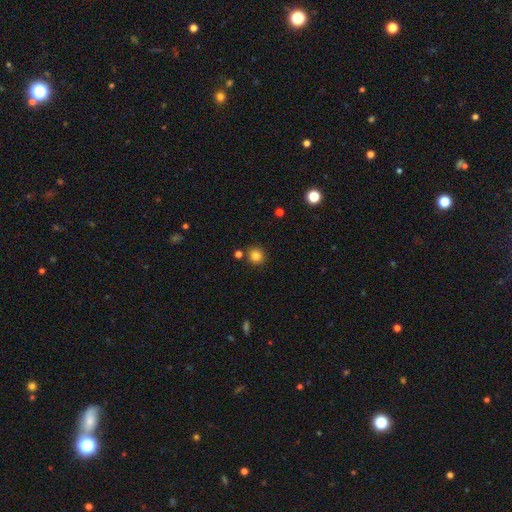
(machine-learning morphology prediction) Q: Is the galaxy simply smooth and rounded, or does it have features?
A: smooth — 83%.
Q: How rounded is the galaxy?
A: round — 91%.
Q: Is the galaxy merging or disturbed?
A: none — 85%.